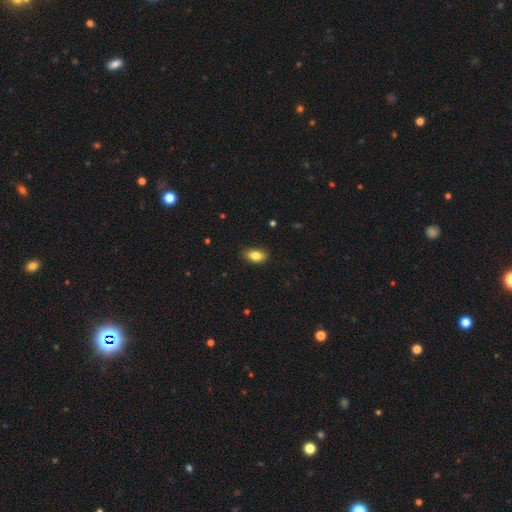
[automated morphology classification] The model was most divided on "merging": none: 81%, minor disturbance: 16%, major disturbance: 3%, merger: 1%. More confident: how rounded — in between (89%); smooth or featured — smooth (83%).